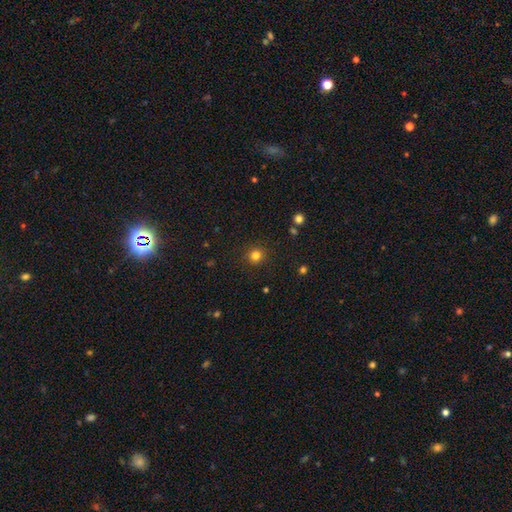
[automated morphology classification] Q: Smooth or featured?
A: smooth (81%); runner-up: star or artifact (14%)
Q: How rounded?
A: round (93%); runner-up: in between (6%)
Q: Merging?
A: none (91%); runner-up: minor disturbance (6%)